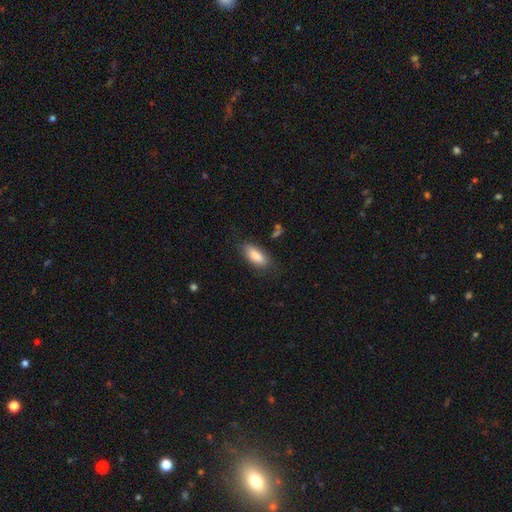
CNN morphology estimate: Overall: smooth (83%). How rounded: in between (77%). Merging: none (78%).